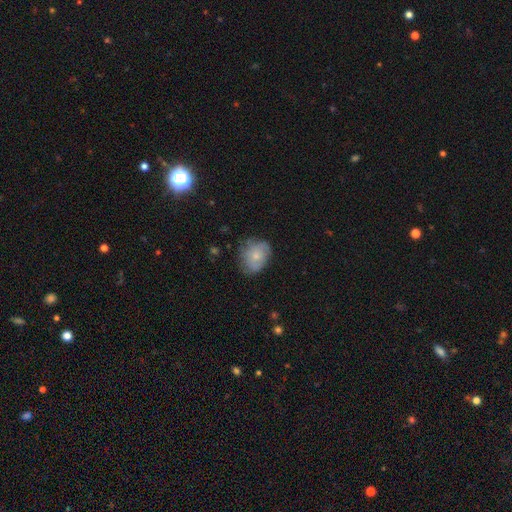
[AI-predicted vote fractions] smooth-or-featured: smooth: 67% | featured or disk: 25% | star or artifact: 8%
  how-rounded: in between: 58% | round: 41% | cigar-shaped: 1%
  merging: none: 59% | minor disturbance: 29% | major disturbance: 10% | merger: 2%